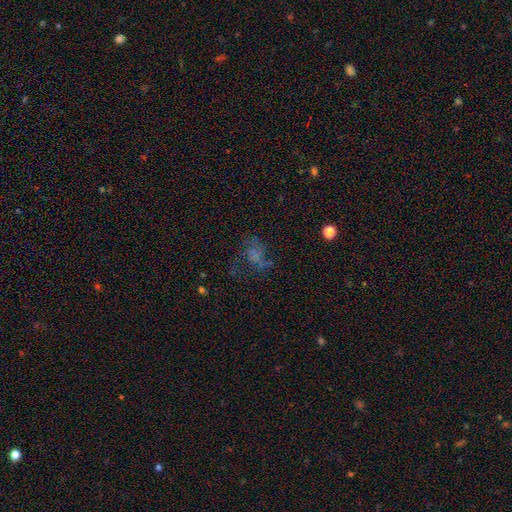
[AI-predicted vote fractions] A featured or disk galaxy (43%).

Vote fractions:
- Smooth or featured? featured or disk: 43% / smooth: 33% / star or artifact: 24%
- Merging? none: 44% / major disturbance: 34% / minor disturbance: 18% / merger: 4%